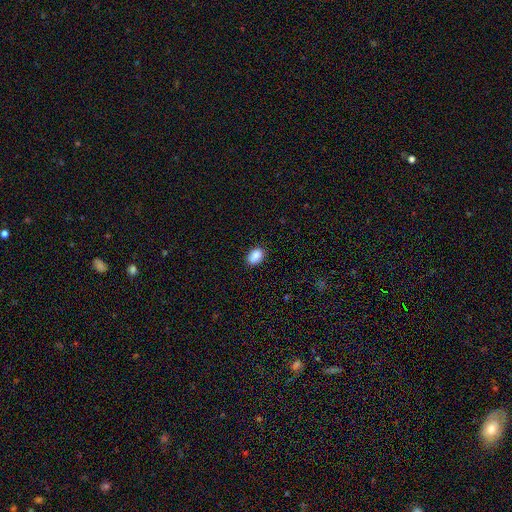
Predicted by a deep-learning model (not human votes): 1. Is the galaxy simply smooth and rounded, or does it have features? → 87% smooth, 8% star or artifact, 5% featured or disk.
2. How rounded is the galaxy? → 79% in between, 19% round, 1% cigar-shaped.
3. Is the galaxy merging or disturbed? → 83% none, 13% minor disturbance, 2% major disturbance, 1% merger.